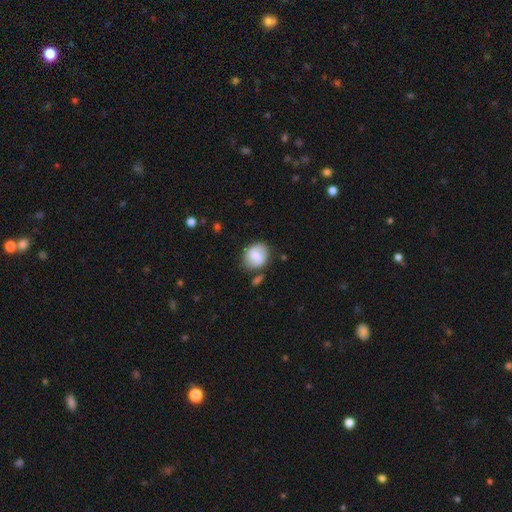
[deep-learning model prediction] smooth-or-featured: smooth: 67% | featured or disk: 26% | star or artifact: 8%
  how-rounded: round: 67% | in between: 31% | cigar-shaped: 1%
  merging: none: 70% | minor disturbance: 18% | merger: 7% | major disturbance: 5%